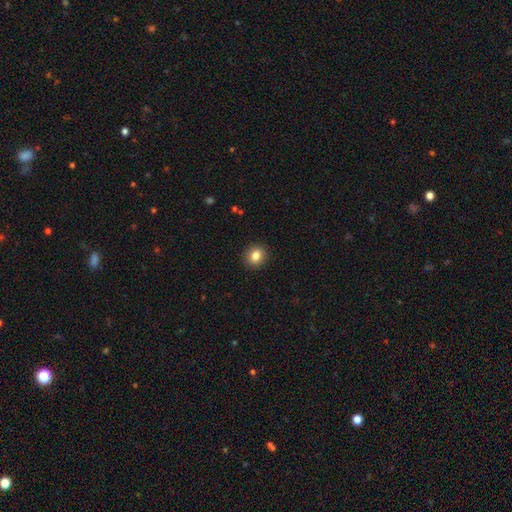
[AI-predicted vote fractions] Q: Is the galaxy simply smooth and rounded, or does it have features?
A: smooth — 83%.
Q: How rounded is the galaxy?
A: round — 84%.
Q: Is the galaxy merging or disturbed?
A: none — 92%.